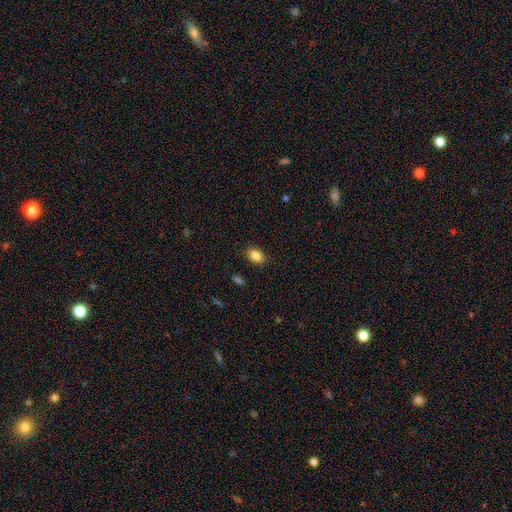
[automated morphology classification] Smooth or featured?
  - smooth: 87% *
  - star or artifact: 9%
  - featured or disk: 4%
How rounded?
  - in between: 80% *
  - round: 19%
  - cigar-shaped: 1%
Merging?
  - none: 86% *
  - minor disturbance: 10%
  - major disturbance: 3%
  - merger: 1%